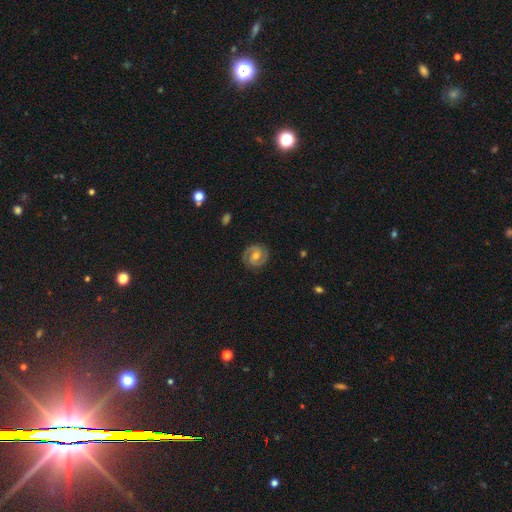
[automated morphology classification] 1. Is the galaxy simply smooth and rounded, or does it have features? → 85% featured or disk, 9% smooth, 6% star or artifact.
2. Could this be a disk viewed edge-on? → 98% no, 2% yes.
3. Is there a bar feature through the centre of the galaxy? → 46% weak, 37% no, 17% strong.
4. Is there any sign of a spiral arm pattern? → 97% yes, 3% no.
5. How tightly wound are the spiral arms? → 55% tight, 39% medium, 6% loose.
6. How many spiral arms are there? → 93% 2, 3% can't tell, 1% 3, 1% 1, 1% 4, 1% more than 4.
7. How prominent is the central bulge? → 64% moderate, 29% small, 4% large, 2% none, 1% dominant.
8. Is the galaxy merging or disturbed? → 87% none, 10% minor disturbance, 3% major disturbance, 1% merger.